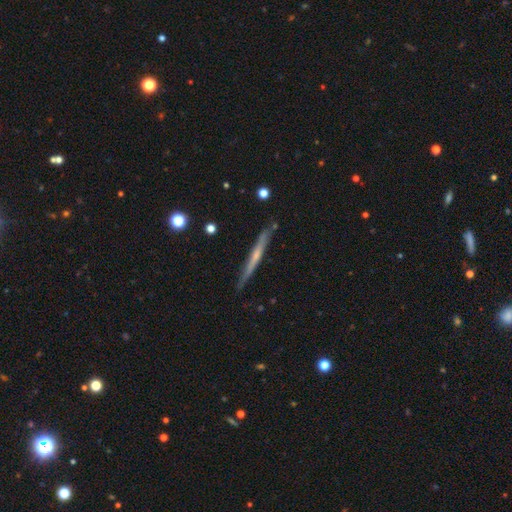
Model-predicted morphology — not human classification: smooth-or-featured: featured or disk: 58% | smooth: 36% | star or artifact: 6%
  disk-edge-on: yes: 96% | no: 4%
    edge-on-bulge: none: 66% | rounded: 28% | boxy: 6%
  merging: none: 86% | minor disturbance: 10% | merger: 2% | major disturbance: 2%